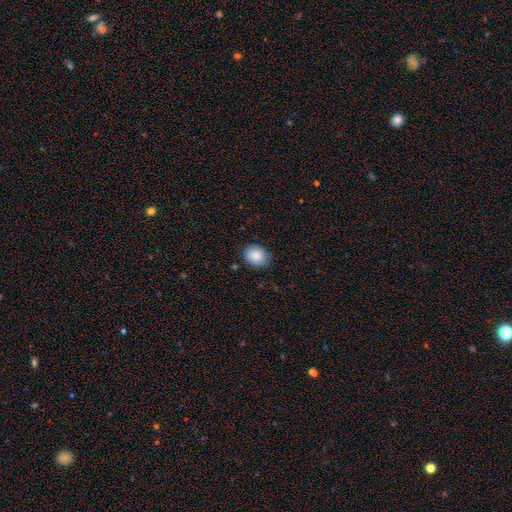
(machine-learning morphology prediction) smooth_or_featured: smooth (p=0.87) [alt: star or artifact p=0.08]
how_rounded: round (p=0.65) [alt: in between p=0.34]
merging: none (p=0.85) [alt: minor disturbance p=0.12]